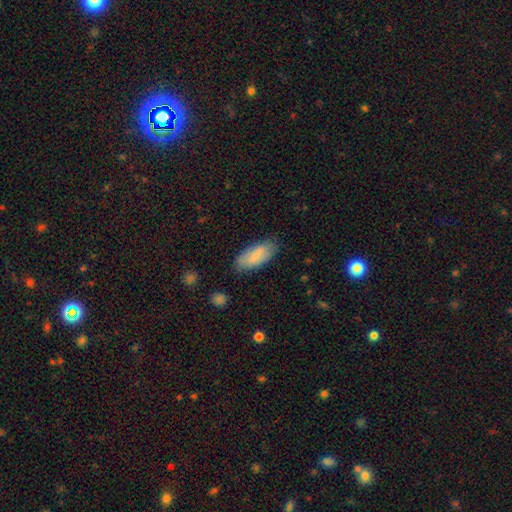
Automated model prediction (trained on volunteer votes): This appears to be a smooth galaxy with no disk features (79%) that is in between round and cigar-shaped (85%). Merging: none (81%).